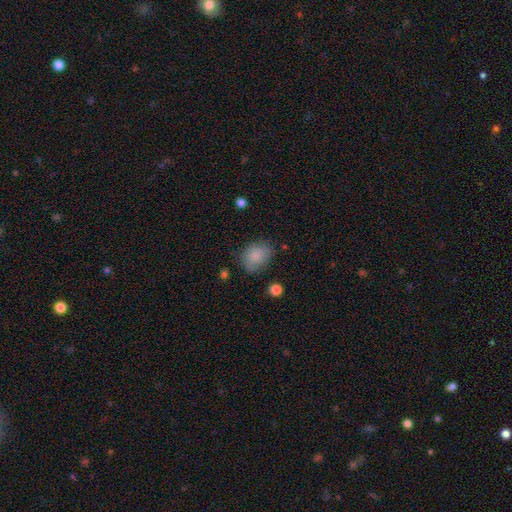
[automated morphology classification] Smooth or featured: smooth — 84% (featured or disk — 9%)
How rounded: in between — 65% (round — 34%)
Merging: none — 70% (minor disturbance — 22%)